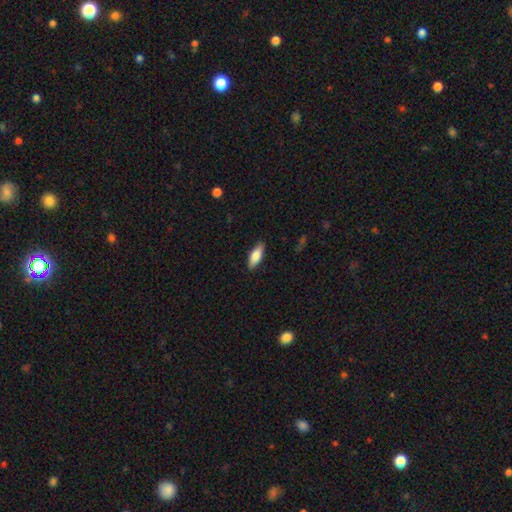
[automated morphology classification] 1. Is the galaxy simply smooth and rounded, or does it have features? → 81% smooth, 13% featured or disk, 6% star or artifact.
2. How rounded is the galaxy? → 69% in between, 29% cigar-shaped, 2% round.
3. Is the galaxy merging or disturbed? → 87% none, 10% minor disturbance, 2% major disturbance, 1% merger.